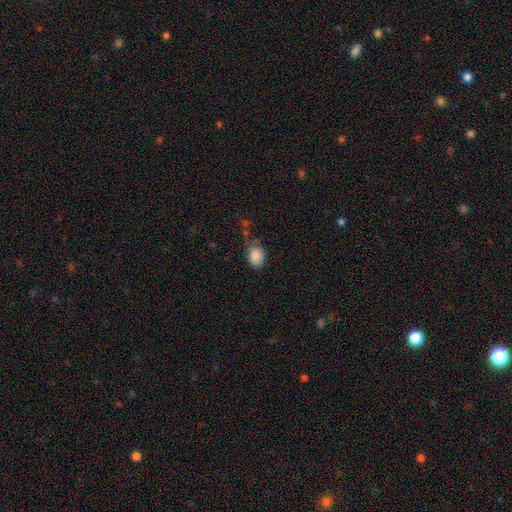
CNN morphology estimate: Overall: smooth (87%). How rounded: in between (73%). Merging: none (63%; minor disturbance 26%).